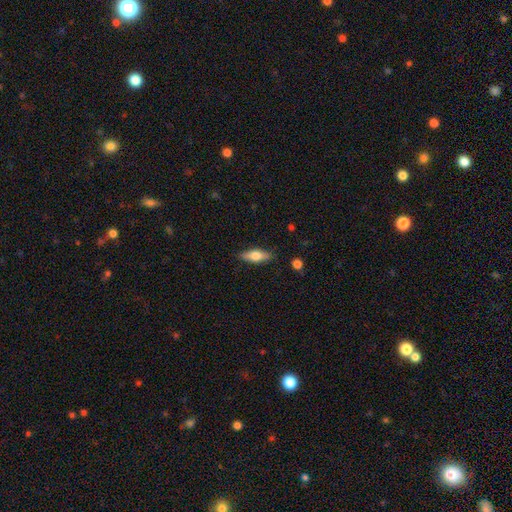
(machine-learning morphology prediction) Q: Smooth or featured?
A: smooth (61%); runner-up: featured or disk (33%)
Q: How rounded?
A: in between (61%); runner-up: cigar-shaped (36%)
Q: Merging?
A: none (84%); runner-up: minor disturbance (12%)